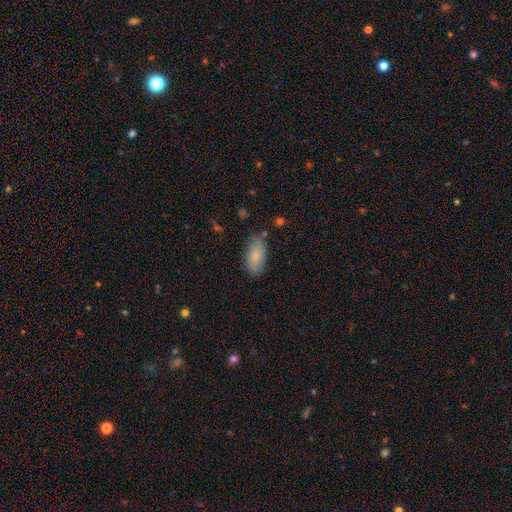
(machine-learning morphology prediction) Smooth or featured? Predicted: smooth (p=0.81). How rounded? Predicted: in between (p=0.91). Merging? Predicted: none (p=0.77).